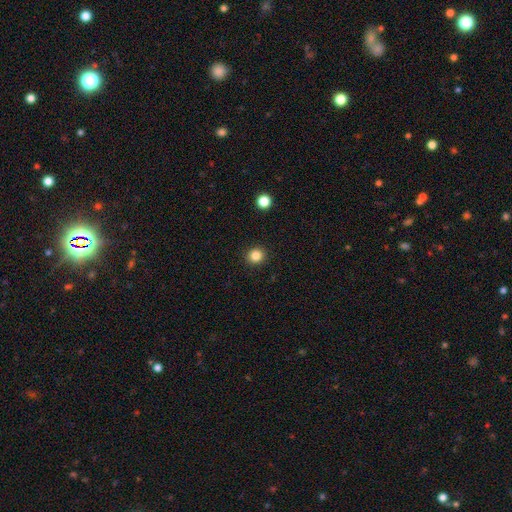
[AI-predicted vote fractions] smooth-or-featured: smooth: 83% | star or artifact: 12% | featured or disk: 4%
  how-rounded: round: 90% | in between: 9% | cigar-shaped: 1%
  merging: none: 92% | minor disturbance: 5% | major disturbance: 2% | merger: 1%